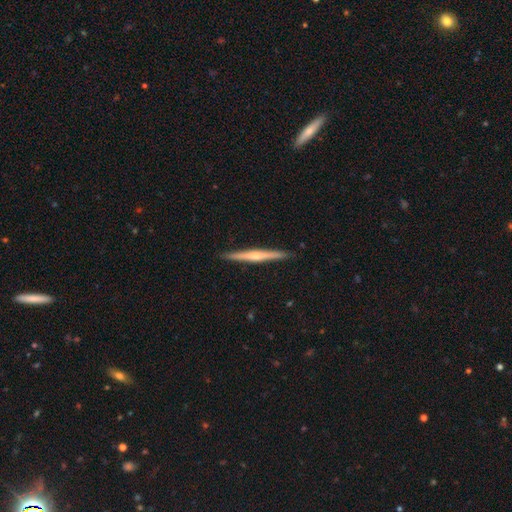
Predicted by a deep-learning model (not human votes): Overall: featured or disk (67%; smooth 27%). Edge-on disk: yes (98%). Edge-on bulge: rounded (72%). Merging: none (92%).